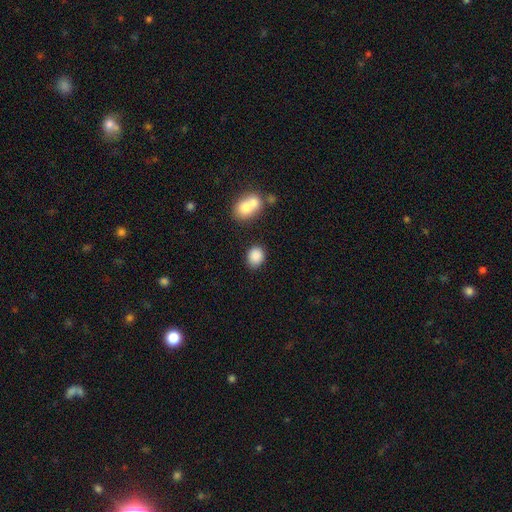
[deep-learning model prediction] Overall: smooth (87%). How rounded: round (58%; in between 41%). Merging: none (79%).